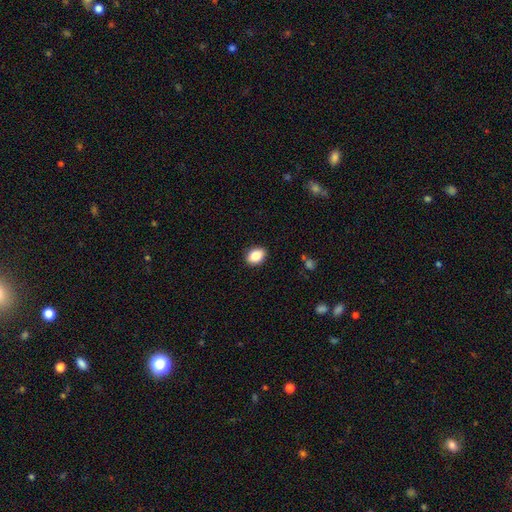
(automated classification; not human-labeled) A smooth galaxy with no disk features (86%) that is in between round and cigar-shaped (78%). Merging: none (89%).